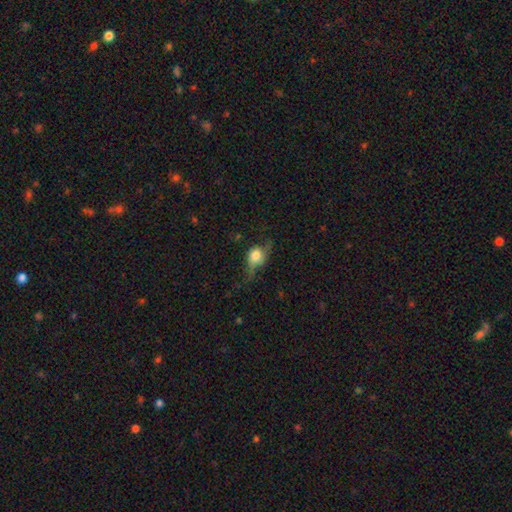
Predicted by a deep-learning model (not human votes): smooth_or_featured: smooth (p=0.54) [alt: featured or disk p=0.36]
how_rounded: round (p=0.54) [alt: in between p=0.42]
merging: none (p=0.40) [alt: minor disturbance p=0.30]